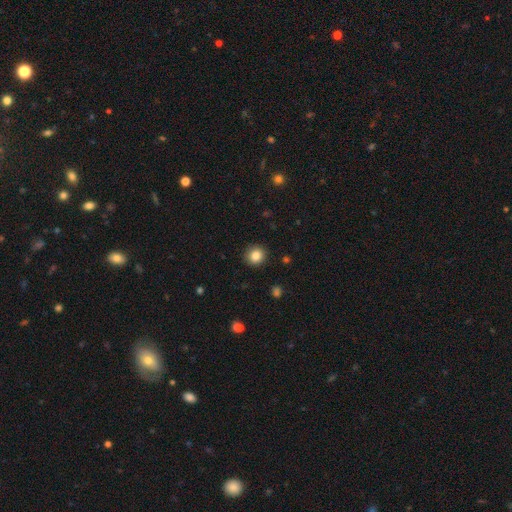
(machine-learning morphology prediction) Overall: smooth (85%). How rounded: round (90%). Merging: none (91%).